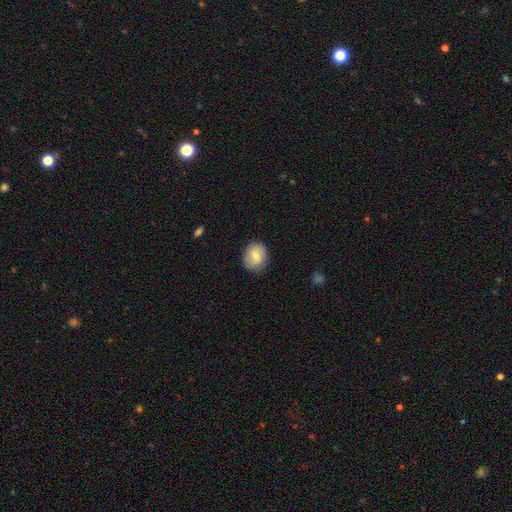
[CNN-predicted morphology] Smooth or featured: smooth — 70% (featured or disk — 22%)
How rounded: round — 65% (in between — 34%)
Merging: none — 81% (minor disturbance — 15%)